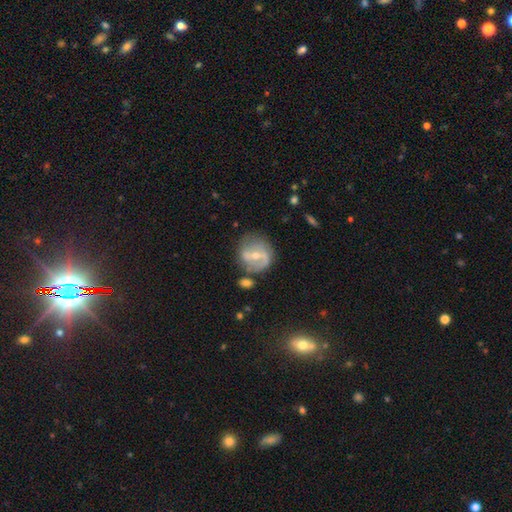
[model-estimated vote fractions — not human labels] Smooth or featured: featured or disk — 69% (smooth — 24%)
Edge-on disk: no — 96% (yes — 4%)
Bar: weak — 44% (no — 31%)
Spiral arms: yes — 74% (no — 26%)
Bulge size: moderate — 53% (small — 44%)
Merging: none — 61% (minor disturbance — 21%)